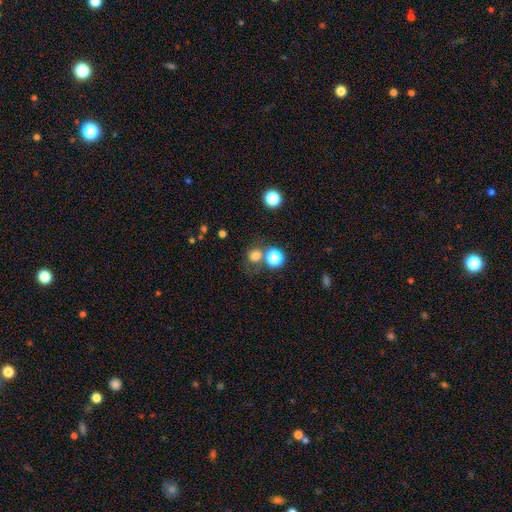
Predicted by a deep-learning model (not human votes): Smooth or featured? Predicted: smooth (p=0.72). How rounded? Predicted: round (p=0.81). Merging? Predicted: none (p=0.61).